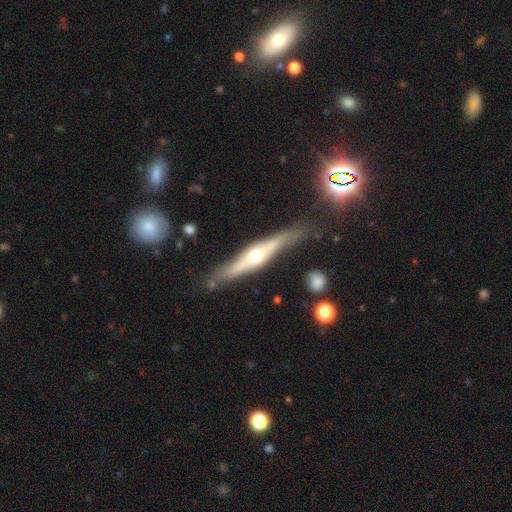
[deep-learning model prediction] A featured or disk galaxy (69%) viewed edge-on (93%) with a rounded central bulge (90%). Merging: none (80%).